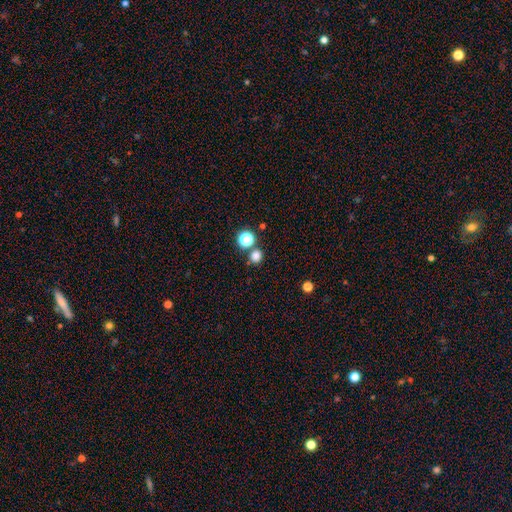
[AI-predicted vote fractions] Smooth or featured? smooth (77%)
How rounded? round (86%)
Merging? none (75%)